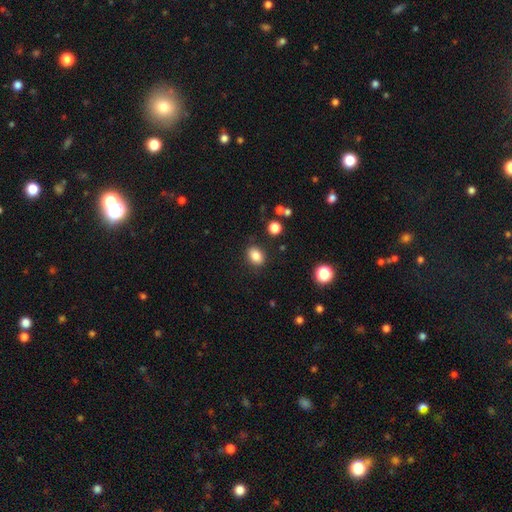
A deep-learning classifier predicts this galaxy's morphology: A smooth galaxy with no disk features (85%) that is in between round and cigar-shaped (70%). Merging: none (85%).